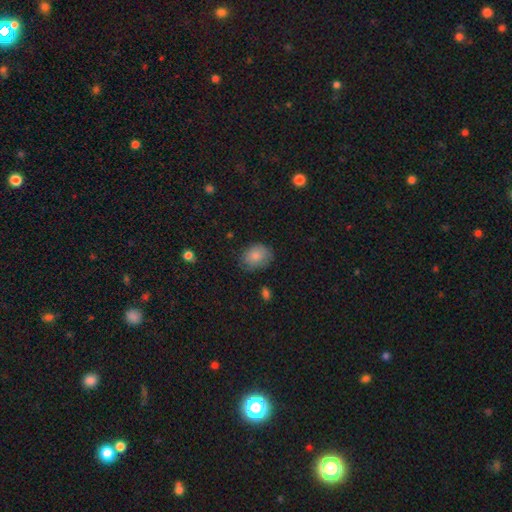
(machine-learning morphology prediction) The model was most divided on "how rounded": in between: 63%, round: 36%, cigar-shaped: 1%. More confident: smooth or featured — smooth (83%); merging — none (76%).